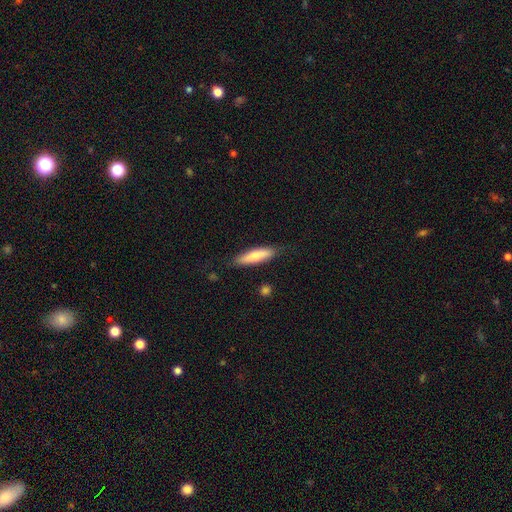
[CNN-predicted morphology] Smooth or featured? smooth (72%)
How rounded? cigar-shaped (76%)
Merging? none (82%)